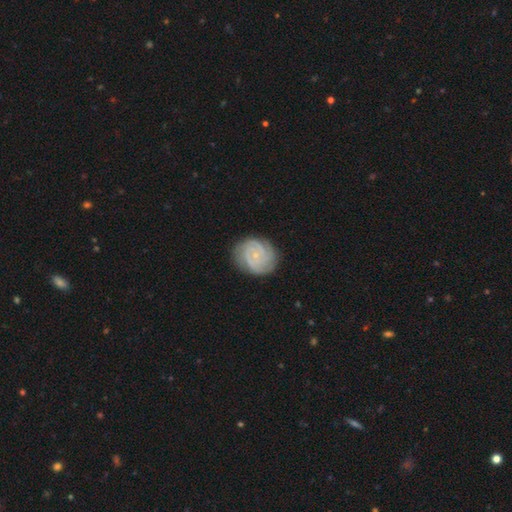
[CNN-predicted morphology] smooth_or_featured: featured or disk (p=0.84) [alt: smooth p=0.11]
disk_edge_on: no (p=0.98) [alt: yes p=0.02]
bar: no (p=0.71) [alt: weak p=0.24]
has_spiral_arms: yes (p=0.97) [alt: no p=0.03]
spiral_winding: tight (p=0.75) [alt: medium p=0.21]
spiral_arm_count: 3 (p=0.33) [alt: 2 p=0.26]
bulge_size: small (p=0.81) [alt: moderate p=0.14]
merging: none (p=0.81) [alt: minor disturbance p=0.14]